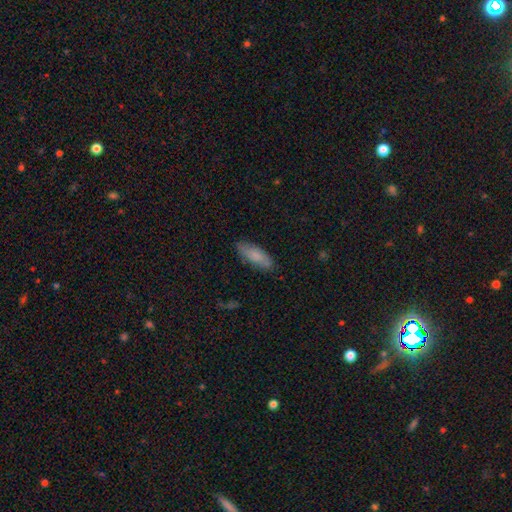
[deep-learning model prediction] Q: Smooth or featured?
A: smooth (77%); runner-up: featured or disk (16%)
Q: How rounded?
A: in between (67%); runner-up: cigar-shaped (31%)
Q: Merging?
A: none (81%); runner-up: minor disturbance (15%)